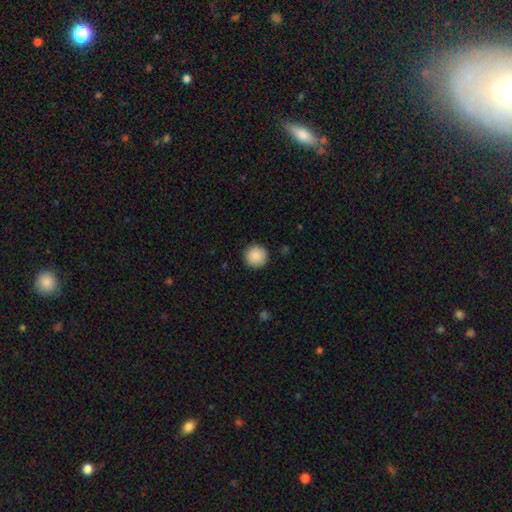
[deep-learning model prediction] A smooth galaxy with no disk features (89%) that is round (96%). Merging: none (92%).